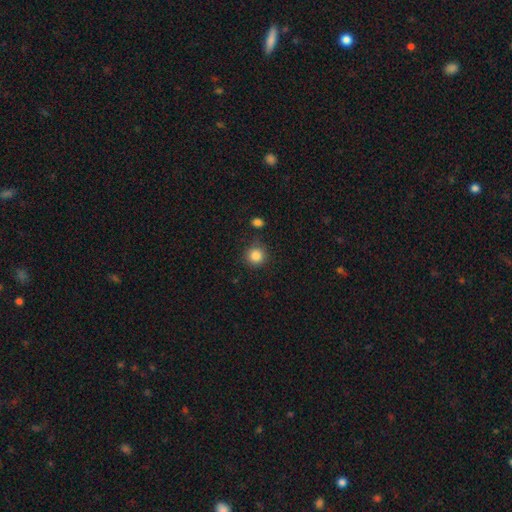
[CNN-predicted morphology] This appears to be a smooth galaxy with no disk features (86%) that is round (93%). Merging: none (84%).